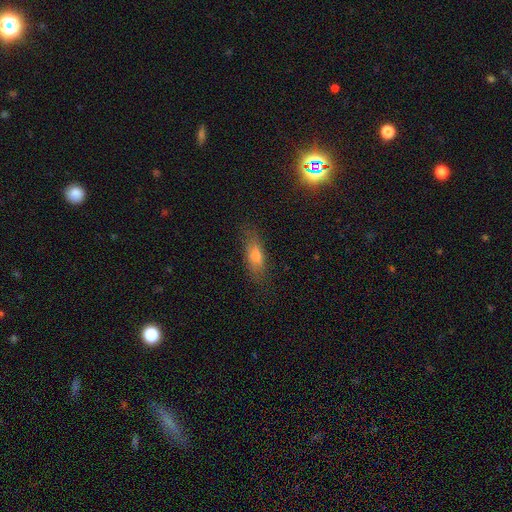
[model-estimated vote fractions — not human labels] smooth 65%, featured or disk 24%, star or artifact 11%. Down the decision tree: how rounded — in between (58%); merging — none (79%).